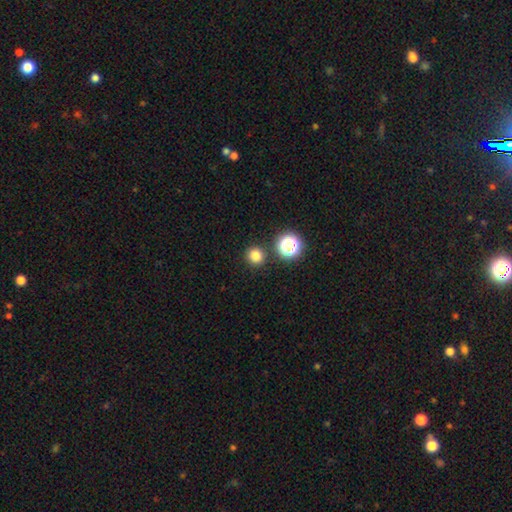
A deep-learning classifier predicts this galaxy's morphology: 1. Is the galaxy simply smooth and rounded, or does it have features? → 79% smooth, 16% star or artifact, 5% featured or disk.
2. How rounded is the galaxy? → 93% round, 6% in between, 1% cigar-shaped.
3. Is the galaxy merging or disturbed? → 88% none, 6% minor disturbance, 4% merger, 2% major disturbance.